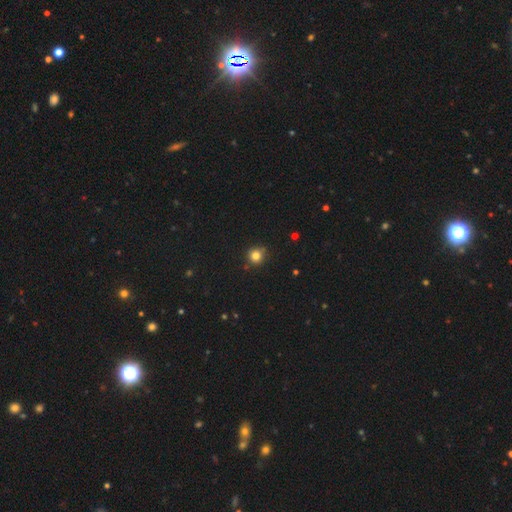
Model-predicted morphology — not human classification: Q: Smooth or featured?
A: smooth (81%); runner-up: star or artifact (13%)
Q: How rounded?
A: round (92%); runner-up: in between (7%)
Q: Merging?
A: none (84%); runner-up: minor disturbance (11%)